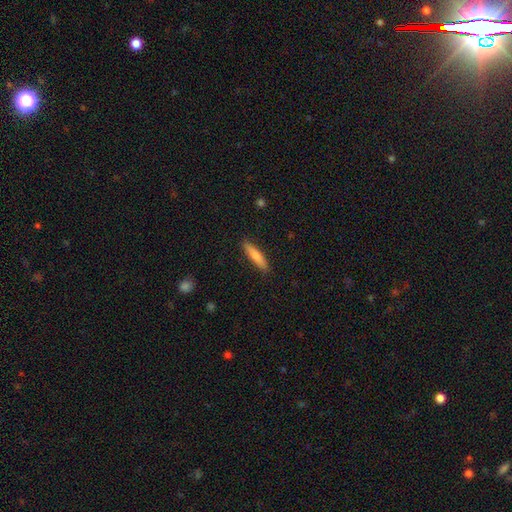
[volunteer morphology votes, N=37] smooth_or_featured: smooth (p=0.81) [alt: featured or disk p=0.16]
how_rounded: cigar-shaped (p=0.73) [alt: in between p=0.27]
merging: none (p=0.92) [alt: major disturbance p=0.06]